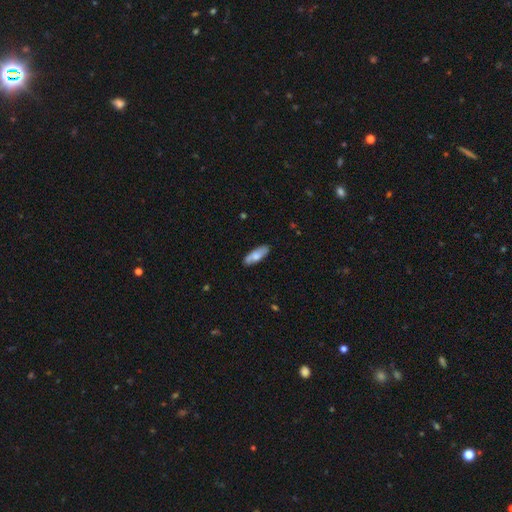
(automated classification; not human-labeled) Smooth or featured? Predicted: smooth (p=0.69). How rounded? Predicted: in between (p=0.62). Merging? Predicted: none (p=0.84).